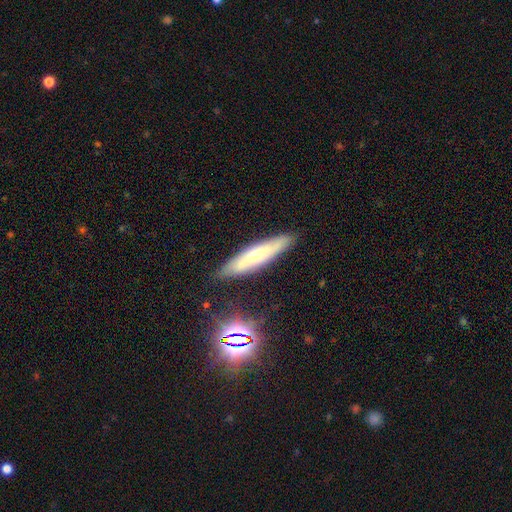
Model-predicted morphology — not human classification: smooth 49%, featured or disk 42%, star or artifact 9%. Down the decision tree: merging — none (86%).